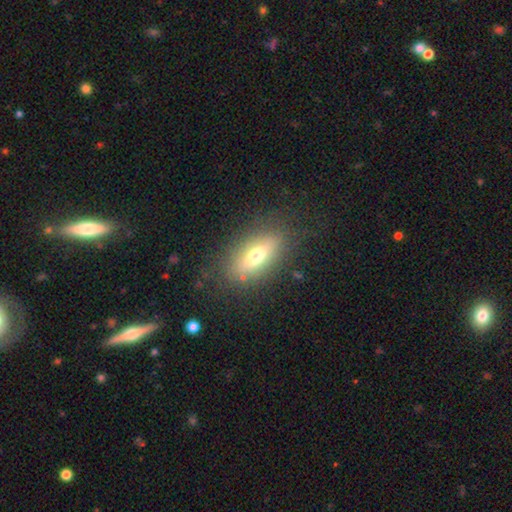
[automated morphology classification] smooth 63%, featured or disk 27%, star or artifact 10%. Down the decision tree: how rounded — in between (76%); merging — none (81%).